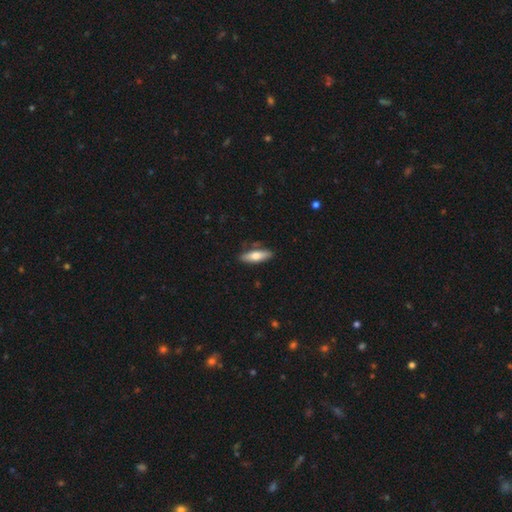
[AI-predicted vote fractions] This appears to be a smooth galaxy with no disk features (67%) that is cigar-shaped (55%). Merging: none (83%).